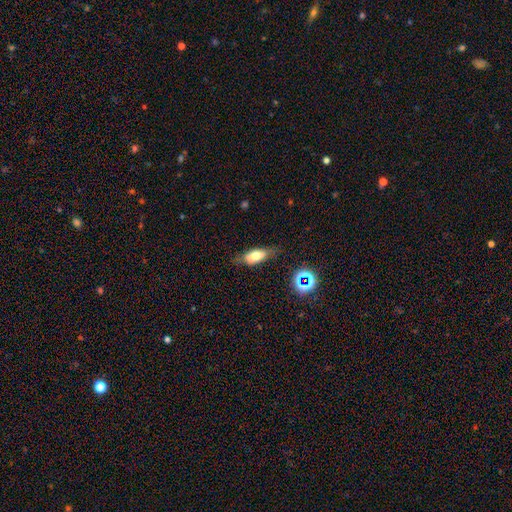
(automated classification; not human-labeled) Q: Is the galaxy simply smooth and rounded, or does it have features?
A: smooth — 63%.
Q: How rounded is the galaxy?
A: in between — 75%.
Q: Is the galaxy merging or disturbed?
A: none — 68%.